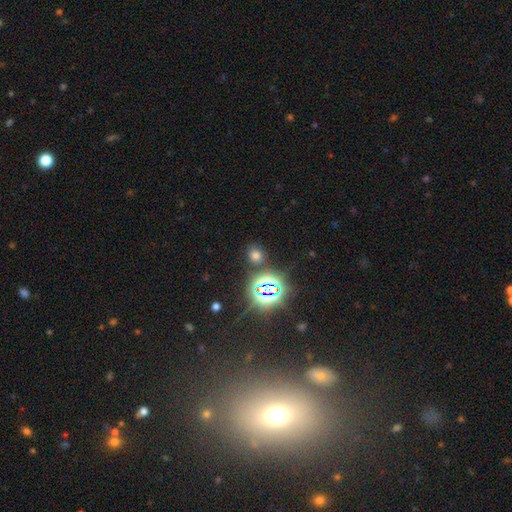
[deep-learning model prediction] smooth 59%, star or artifact 35%, featured or disk 6%. Down the decision tree: how rounded — round (70%); merging — none (82%).